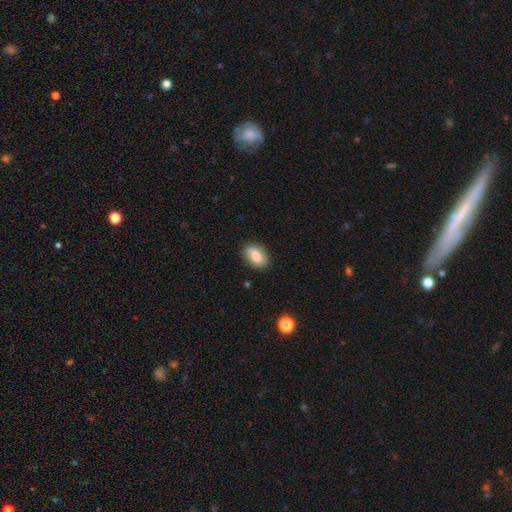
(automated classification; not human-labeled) Smooth or featured? smooth (72%)
How rounded? in between (83%)
Merging? none (78%)